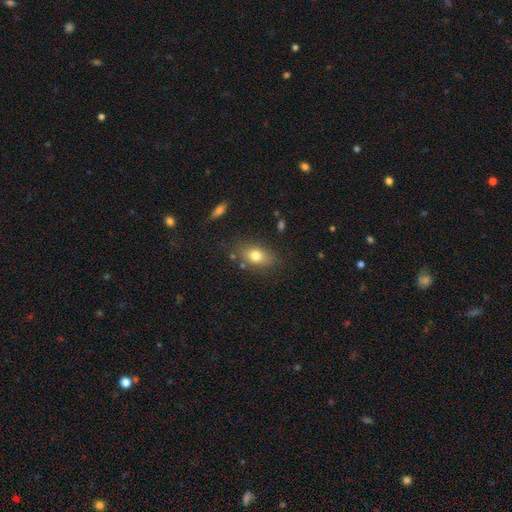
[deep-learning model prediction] A smooth galaxy with no disk features (76%) that is in between round and cigar-shaped (79%).

Vote fractions:
- Smooth or featured? smooth: 76% / featured or disk: 14% / star or artifact: 10%
- How rounded? in between: 79% / round: 17% / cigar-shaped: 4%
- Merging? none: 79% / minor disturbance: 14% / major disturbance: 4% / merger: 4%